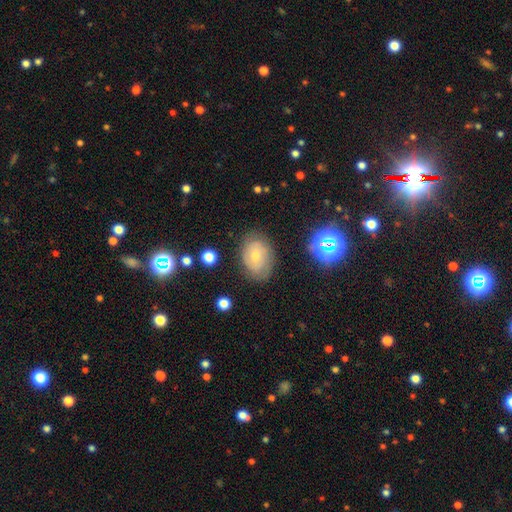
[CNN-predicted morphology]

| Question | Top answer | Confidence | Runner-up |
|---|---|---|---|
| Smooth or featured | smooth | 45% | featured or disk (43%) |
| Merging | none | 74% | minor disturbance (19%) |